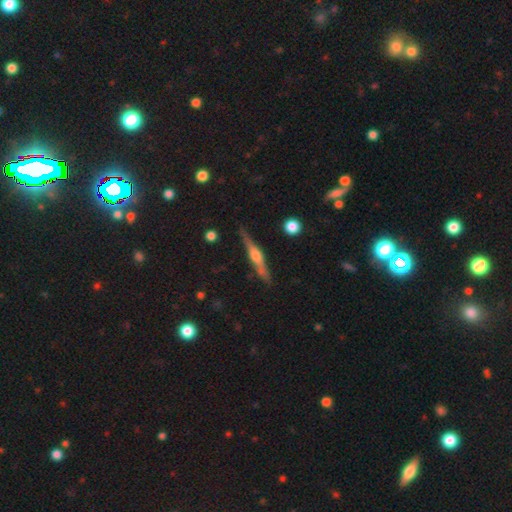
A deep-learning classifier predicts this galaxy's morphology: type=featured or disk (72%); edge-on=yes (97%); edge-on bulge=rounded (85%); merging=none (85%).